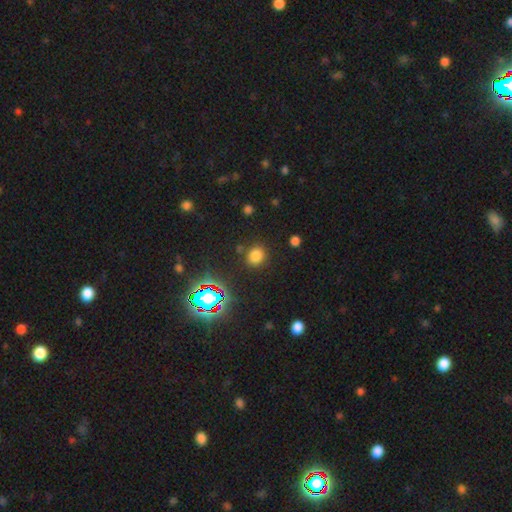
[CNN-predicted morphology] Smooth or featured? Predicted: smooth (p=0.72). How rounded? Predicted: round (p=0.71). Merging? Predicted: none (p=0.85).